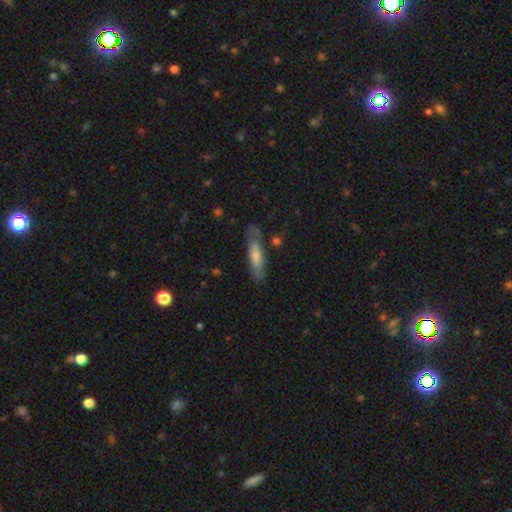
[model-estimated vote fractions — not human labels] Smooth or featured? smooth (57%)
How rounded? cigar-shaped (74%)
Merging? none (73%)